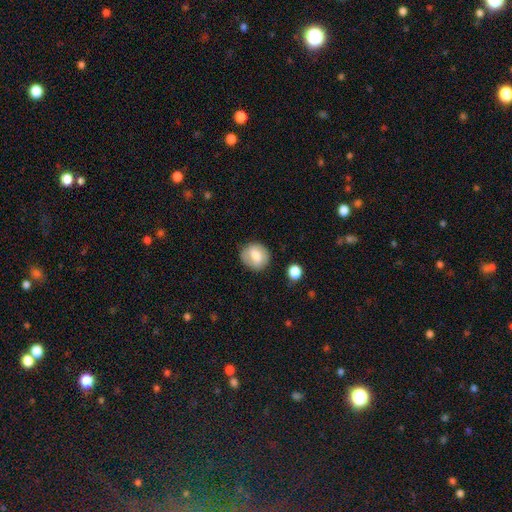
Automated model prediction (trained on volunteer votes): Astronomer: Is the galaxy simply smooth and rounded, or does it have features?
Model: smooth — 65%.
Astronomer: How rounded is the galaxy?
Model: round — 77%.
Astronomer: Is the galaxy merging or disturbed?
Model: none — 78%.